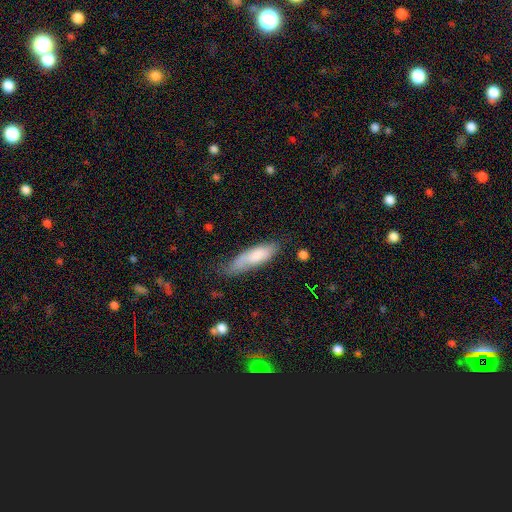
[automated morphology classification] Smooth or featured? smooth (76%)
How rounded? cigar-shaped (56%)
Merging? none (53%)